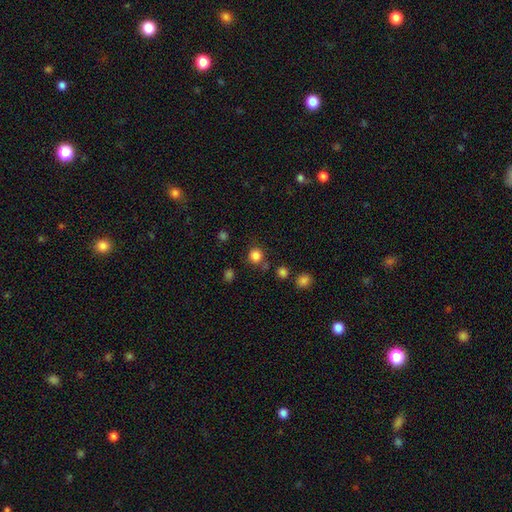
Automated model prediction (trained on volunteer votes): Smooth or featured? Predicted: smooth (p=0.83). How rounded? Predicted: round (p=0.91). Merging? Predicted: none (p=0.78).